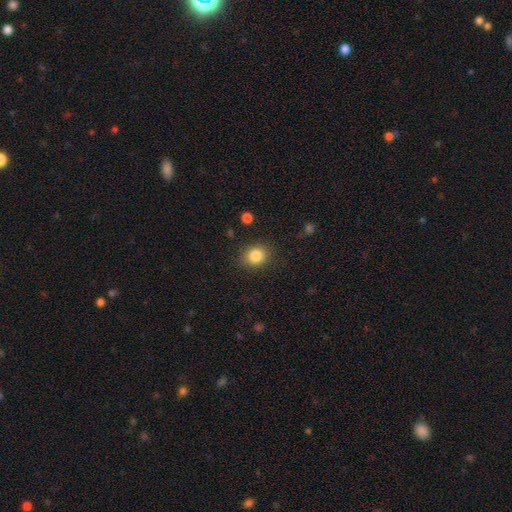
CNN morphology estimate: smooth_or_featured: smooth (p=0.84) [alt: star or artifact p=0.10]
how_rounded: round (p=0.63) [alt: in between p=0.36]
merging: none (p=0.86) [alt: minor disturbance p=0.09]